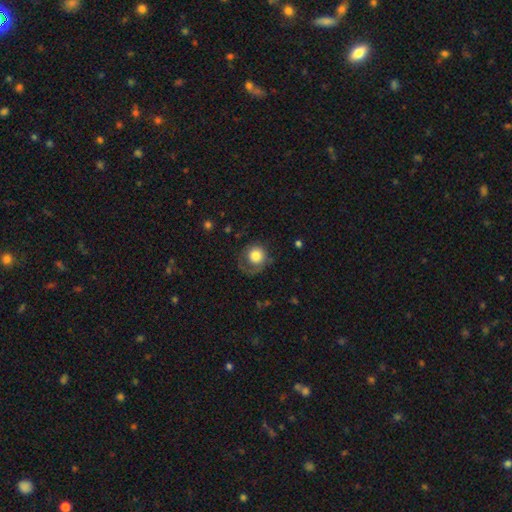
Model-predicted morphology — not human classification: A smooth galaxy with no disk features (73%) that is round (88%).

Vote fractions:
- Smooth or featured? smooth: 73% / featured or disk: 19% / star or artifact: 8%
- How rounded? round: 88% / in between: 11% / cigar-shaped: 1%
- Merging? none: 53% / major disturbance: 23% / minor disturbance: 22% / merger: 2%